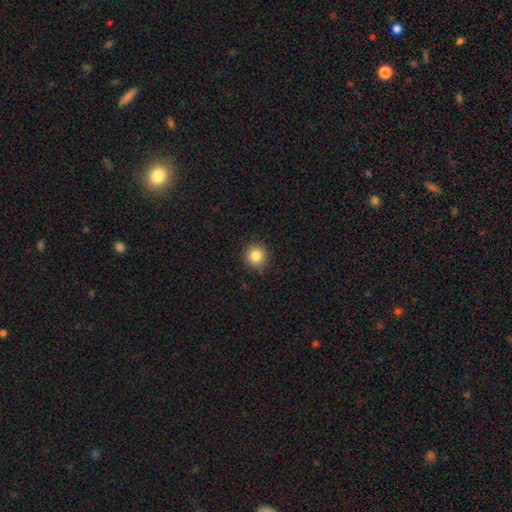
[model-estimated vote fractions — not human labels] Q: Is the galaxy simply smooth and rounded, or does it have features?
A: smooth — 83%.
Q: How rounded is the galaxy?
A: round — 94%.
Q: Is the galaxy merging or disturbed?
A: none — 89%.